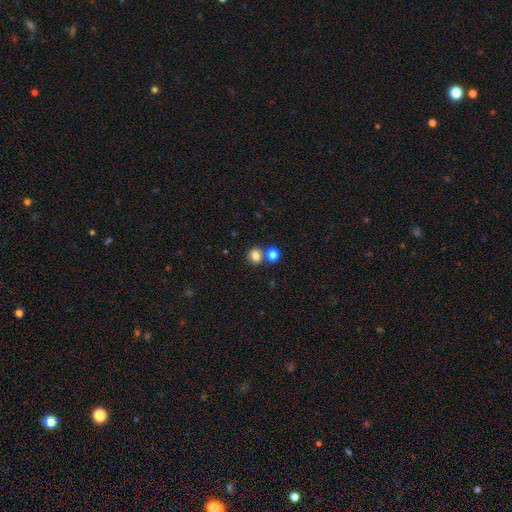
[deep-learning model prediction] Smooth or featured? smooth (80%)
How rounded? round (73%)
Merging? none (67%)